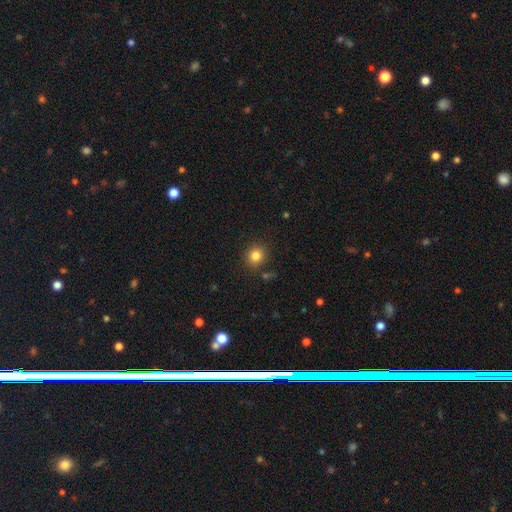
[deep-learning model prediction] Smooth or featured: smooth — 82% (star or artifact — 12%)
How rounded: round — 80% (in between — 19%)
Merging: none — 87% (minor disturbance — 8%)